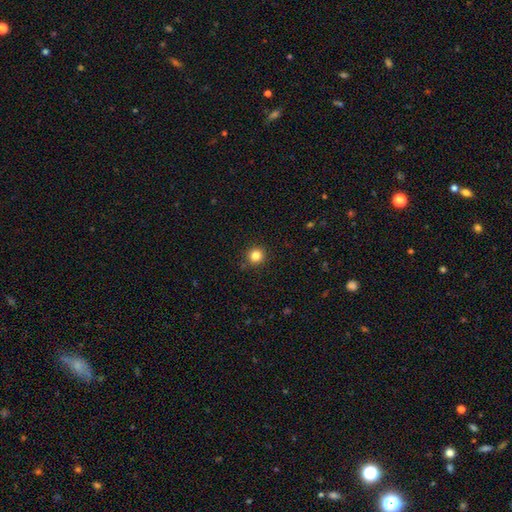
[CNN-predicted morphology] Smooth or featured?
  - smooth: 83% *
  - star or artifact: 12%
  - featured or disk: 4%
How rounded?
  - round: 94% *
  - in between: 6%
  - cigar-shaped: 1%
Merging?
  - none: 91% *
  - minor disturbance: 6%
  - major disturbance: 2%
  - merger: 1%